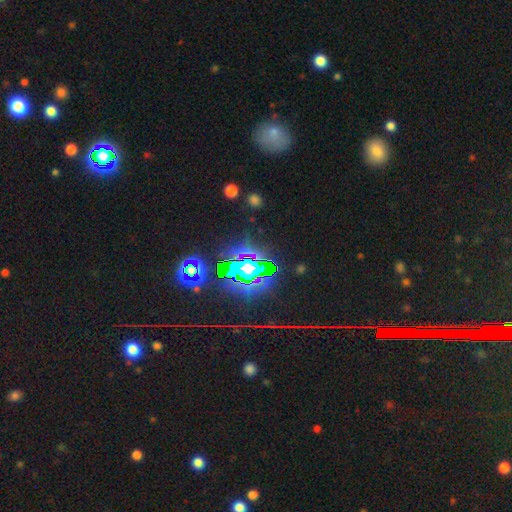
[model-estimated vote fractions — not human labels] This appears to be a star or artifact, not a galaxy (78%).